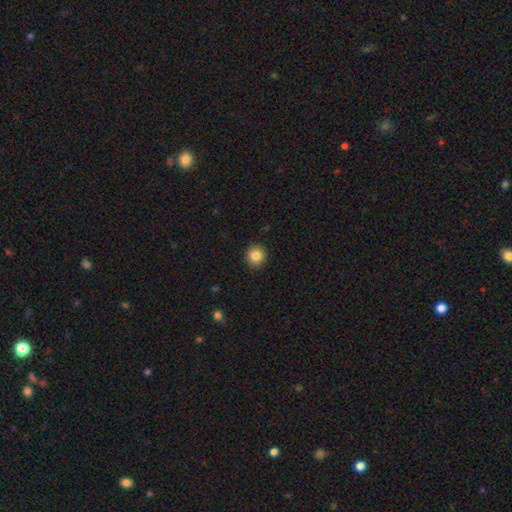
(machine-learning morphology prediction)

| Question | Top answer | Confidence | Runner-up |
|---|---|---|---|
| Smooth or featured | smooth | 84% | star or artifact (10%) |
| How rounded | round | 92% | in between (7%) |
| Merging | none | 91% | minor disturbance (6%) |